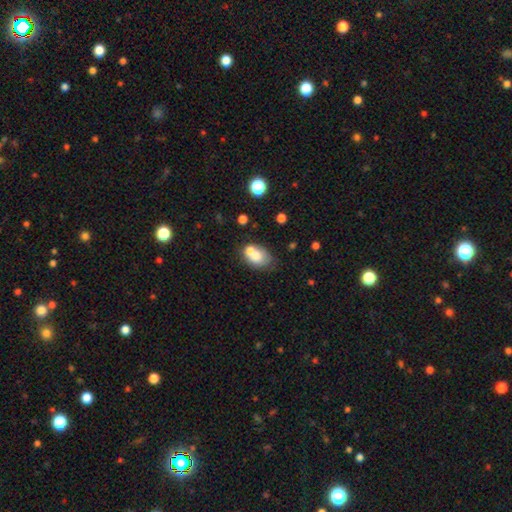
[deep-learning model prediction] Smooth or featured? Predicted: smooth (p=0.68). How rounded? Predicted: in between (p=0.72). Merging? Predicted: merger (p=0.42).